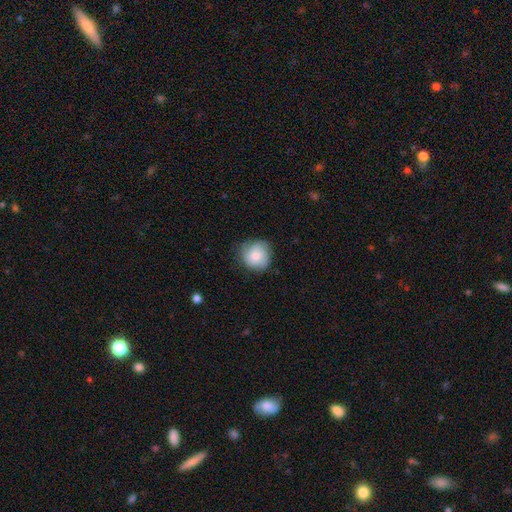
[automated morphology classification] Overall: smooth (74%). How rounded: round (89%). Merging: none (74%).